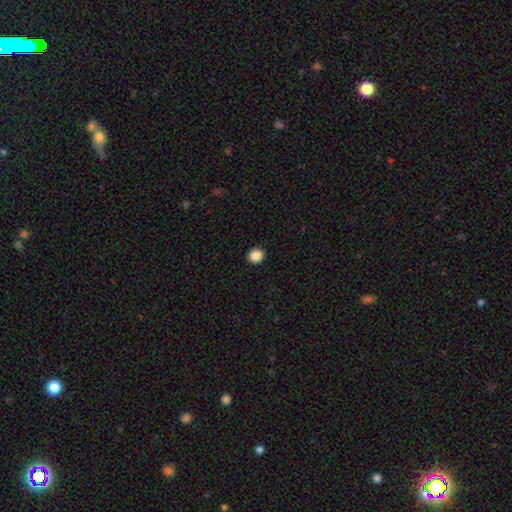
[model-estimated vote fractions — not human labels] Morphology: type=smooth (88%); roundness=round (87%); merging=none (93%).